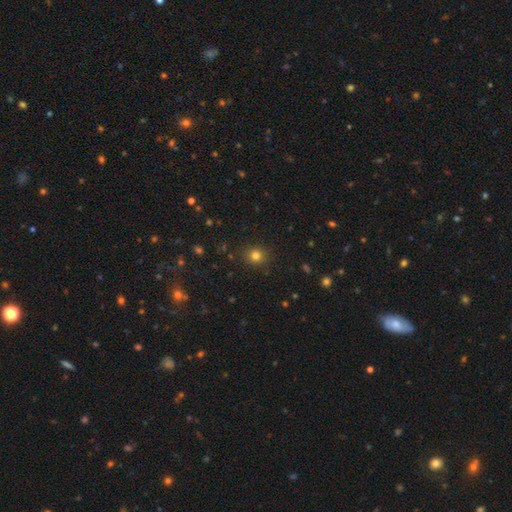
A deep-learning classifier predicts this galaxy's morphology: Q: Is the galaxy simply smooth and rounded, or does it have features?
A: smooth — 79%.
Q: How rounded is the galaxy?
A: round — 88%.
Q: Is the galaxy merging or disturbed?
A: none — 89%.